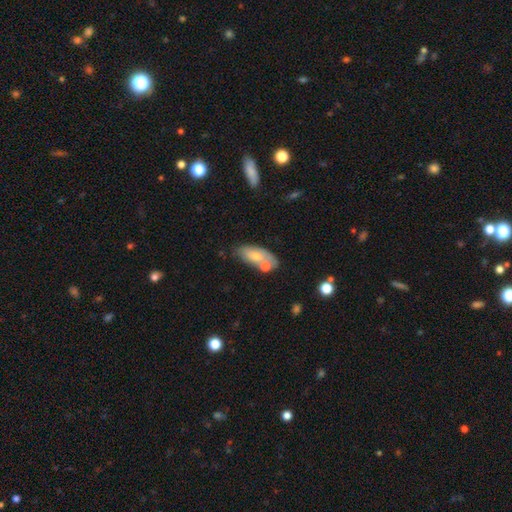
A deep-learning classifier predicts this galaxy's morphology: Smooth or featured?
  - smooth: 67% *
  - featured or disk: 26%
  - star or artifact: 7%
How rounded?
  - in between: 87% *
  - cigar-shaped: 9%
  - round: 4%
Merging?
  - none: 50% *
  - merger: 22%
  - minor disturbance: 21%
  - major disturbance: 7%